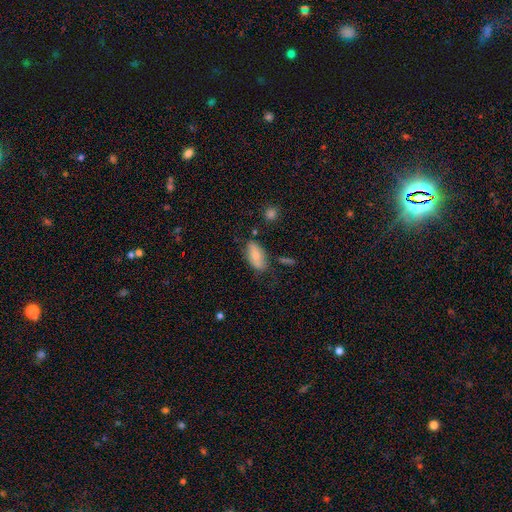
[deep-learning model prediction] Overall: smooth (73%). How rounded: in between (91%). Merging: none (70%).